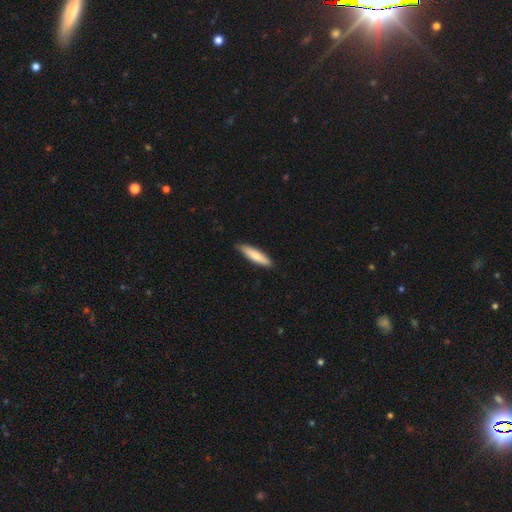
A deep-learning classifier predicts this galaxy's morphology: Q: Smooth or featured?
A: smooth (78%); runner-up: featured or disk (17%)
Q: How rounded?
A: cigar-shaped (78%); runner-up: in between (21%)
Q: Merging?
A: none (86%); runner-up: minor disturbance (11%)